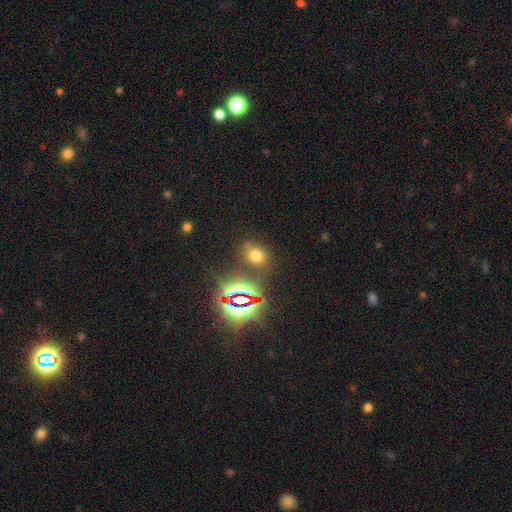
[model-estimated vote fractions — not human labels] Smooth or featured? smooth (60%)
How rounded? round (57%)
Merging? none (74%)